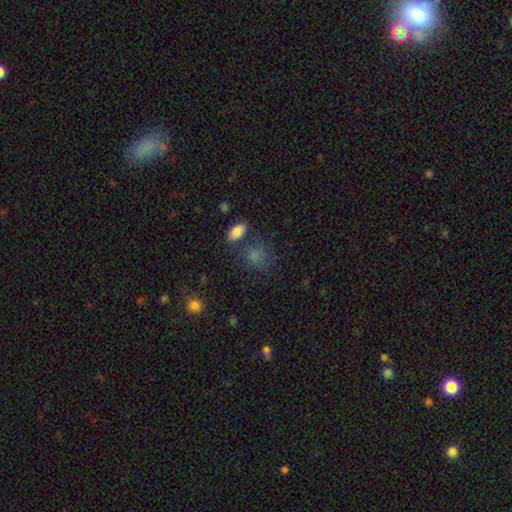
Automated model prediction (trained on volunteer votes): smooth_or_featured: smooth (p=0.80) [alt: star or artifact p=0.13]
how_rounded: round (p=0.54) [alt: in between p=0.44]
merging: none (p=0.60) [alt: minor disturbance p=0.19]